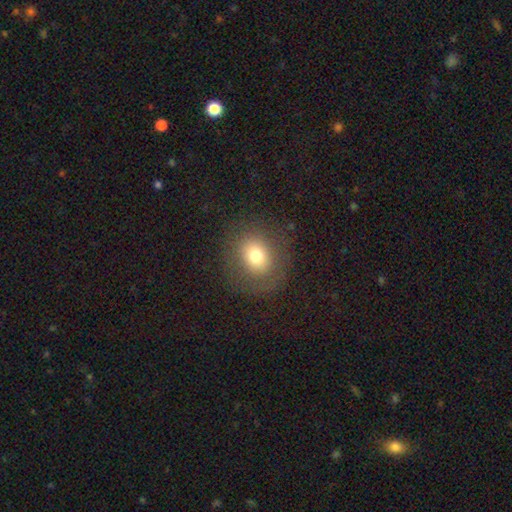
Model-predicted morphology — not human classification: smooth 74%, star or artifact 13%, featured or disk 13%. Down the decision tree: how rounded — round (70%); merging — none (82%).